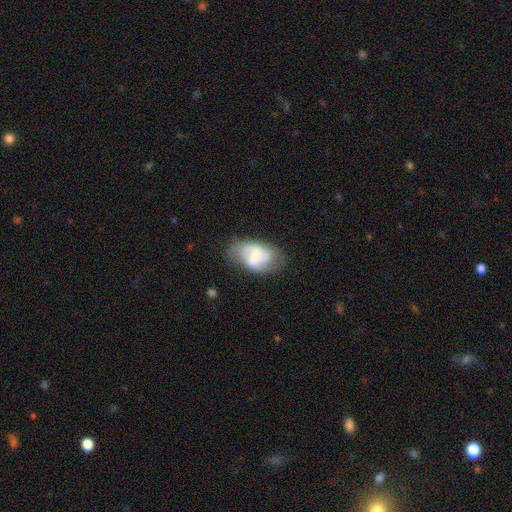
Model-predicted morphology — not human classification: The model was most divided on "bulge size": small: 43%, moderate: 32%, none: 16%, large: 7%, dominant: 2%. More confident: edge-on disk — no (96%); spiral arms — yes (79%); smooth or featured — featured or disk (58%); merging — none (56%); bar — weak (50%).